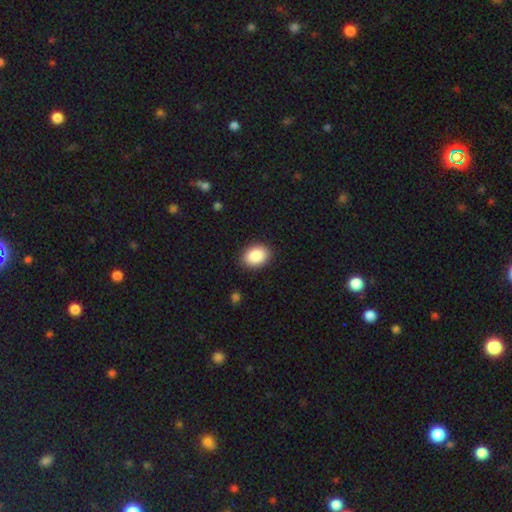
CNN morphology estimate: type=smooth (89%); roundness=in between (76%); merging=none (89%).